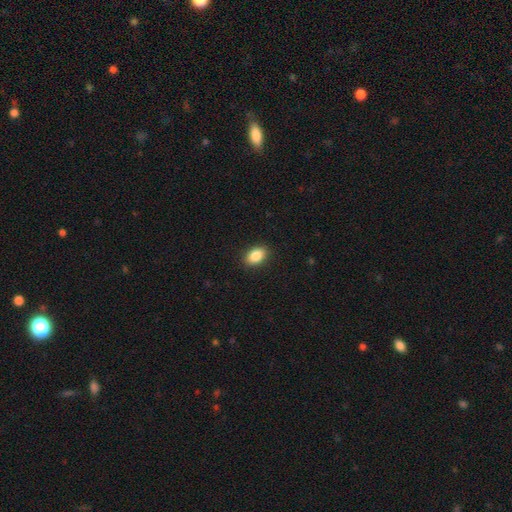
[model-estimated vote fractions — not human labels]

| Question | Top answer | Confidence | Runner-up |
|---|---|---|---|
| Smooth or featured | smooth | 87% | star or artifact (8%) |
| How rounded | in between | 85% | round (13%) |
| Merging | none | 89% | minor disturbance (8%) |